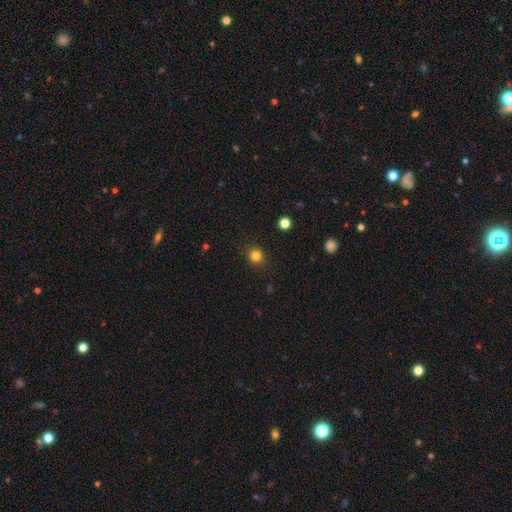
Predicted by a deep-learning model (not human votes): Smooth or featured? smooth (82%)
How rounded? round (90%)
Merging? none (90%)